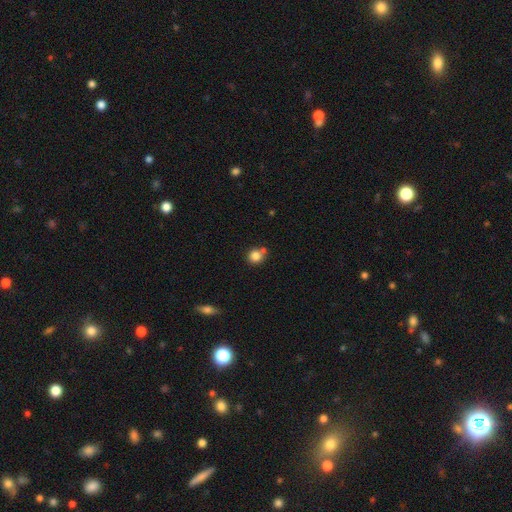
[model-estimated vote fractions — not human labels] Smooth or featured?
  - smooth: 83% *
  - star or artifact: 11%
  - featured or disk: 6%
How rounded?
  - round: 87% *
  - in between: 12%
  - cigar-shaped: 1%
Merging?
  - none: 64% *
  - merger: 21%
  - minor disturbance: 12%
  - major disturbance: 3%